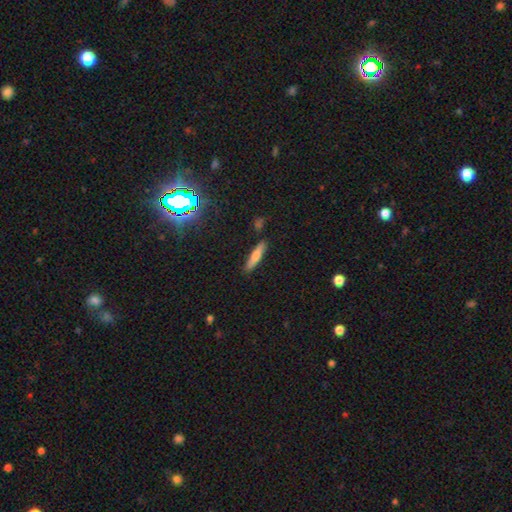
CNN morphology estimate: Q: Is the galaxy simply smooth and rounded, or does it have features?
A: smooth — 66%.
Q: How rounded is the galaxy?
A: cigar-shaped — 83%.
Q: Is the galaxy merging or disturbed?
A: none — 86%.